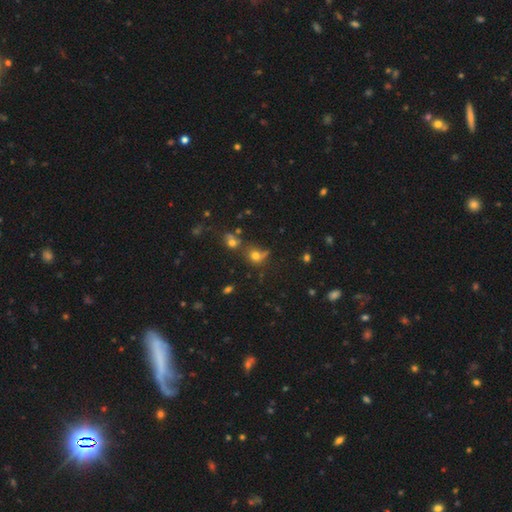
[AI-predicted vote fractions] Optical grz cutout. It shows a smooth galaxy with no disk features (65%) that is round (75%). Merging: none (48%).